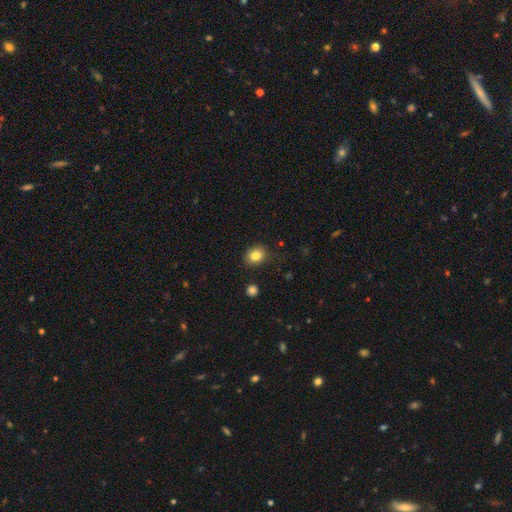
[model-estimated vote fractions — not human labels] Smooth or featured?
  - smooth: 83% *
  - star or artifact: 10%
  - featured or disk: 7%
How rounded?
  - round: 58% *
  - in between: 41%
  - cigar-shaped: 1%
Merging?
  - none: 85% *
  - minor disturbance: 10%
  - major disturbance: 3%
  - merger: 2%